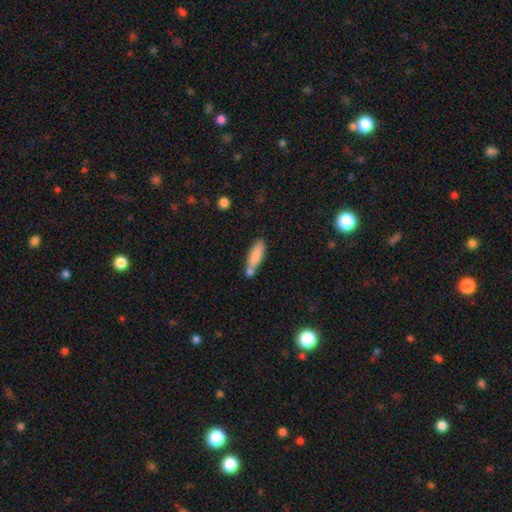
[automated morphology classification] smooth-or-featured: smooth: 81% | featured or disk: 12% | star or artifact: 7%
  how-rounded: cigar-shaped: 52% | in between: 46% | round: 2%
  merging: none: 51% | merger: 28% | minor disturbance: 17% | major disturbance: 4%